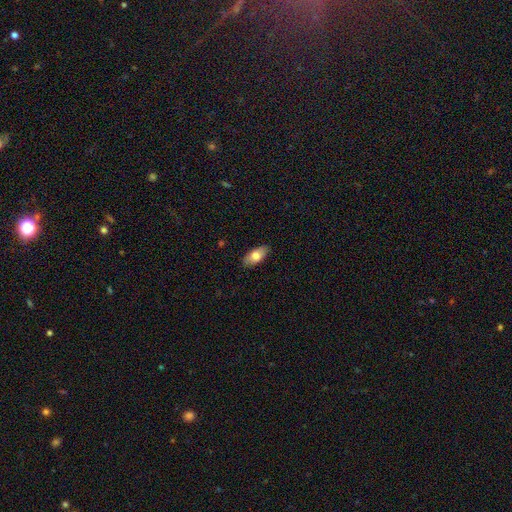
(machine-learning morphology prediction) smooth-or-featured: smooth: 75% | featured or disk: 19% | star or artifact: 6%
  how-rounded: in between: 89% | cigar-shaped: 8% | round: 3%
  merging: none: 86% | minor disturbance: 11% | major disturbance: 2% | merger: 1%